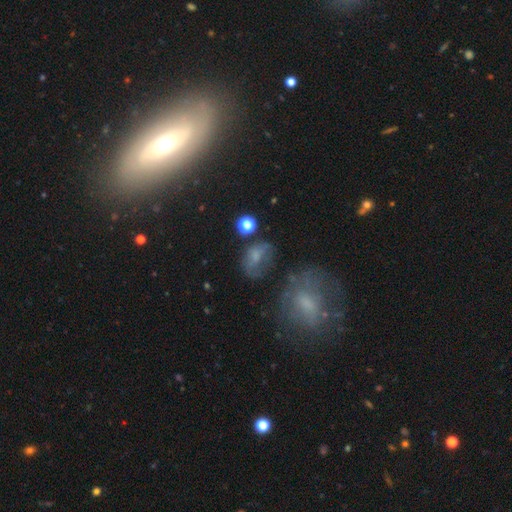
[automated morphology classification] A smooth galaxy with no disk features (51%) that is in between round and cigar-shaped (65%).

Vote fractions:
- Smooth or featured? smooth: 51% / featured or disk: 27% / star or artifact: 22%
- How rounded? in between: 65% / round: 33% / cigar-shaped: 2%
- Merging? none: 43% / major disturbance: 24% / minor disturbance: 24% / merger: 9%